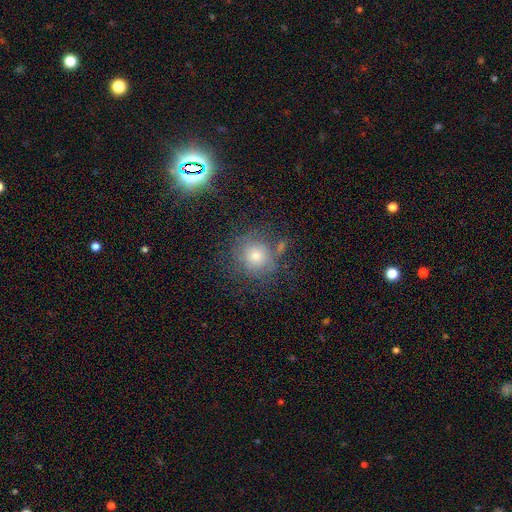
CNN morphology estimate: A smooth galaxy with no disk features (62%) that is round (90%). Merging: none (70%).